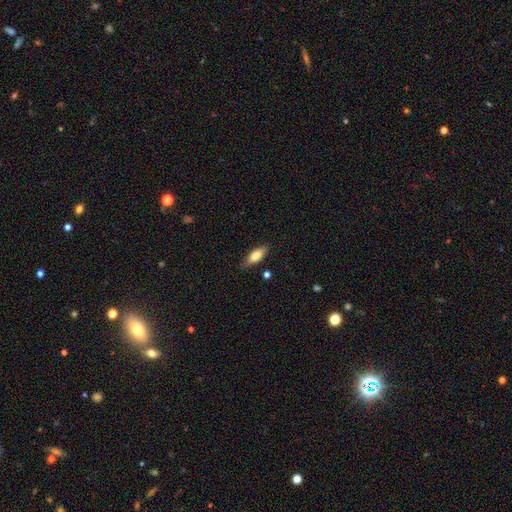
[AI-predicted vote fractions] Overall: smooth (76%). How rounded: in between (71%). Merging: none (79%).